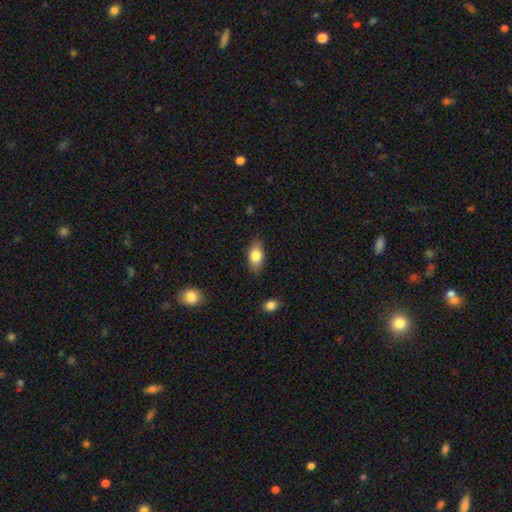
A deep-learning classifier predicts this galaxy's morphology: This appears to be a smooth galaxy with no disk features (80%) that is in between round and cigar-shaped (87%). Merging: none (82%).